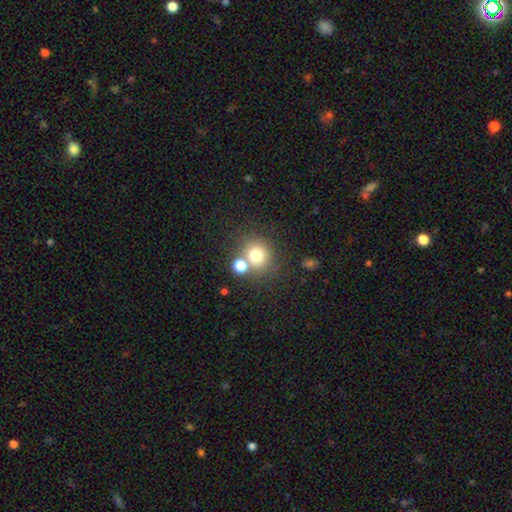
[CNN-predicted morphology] Smooth or featured?
  - smooth: 74% *
  - star or artifact: 15%
  - featured or disk: 10%
How rounded?
  - round: 87% *
  - in between: 12%
  - cigar-shaped: 1%
Merging?
  - none: 65% *
  - merger: 23%
  - minor disturbance: 8%
  - major disturbance: 4%